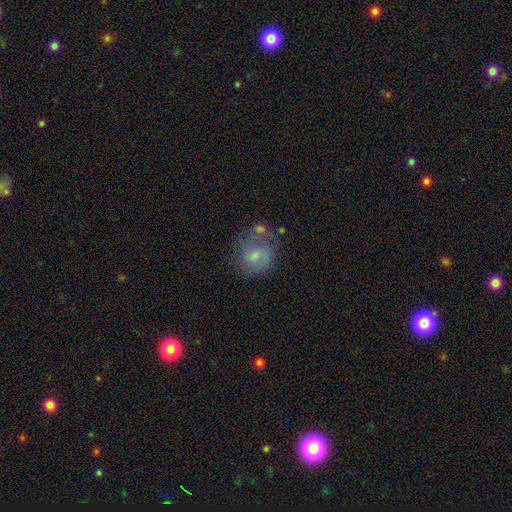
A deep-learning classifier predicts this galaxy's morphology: smooth 68%, featured or disk 23%, star or artifact 10%. Down the decision tree: how rounded — round (72%); merging — none (47%).